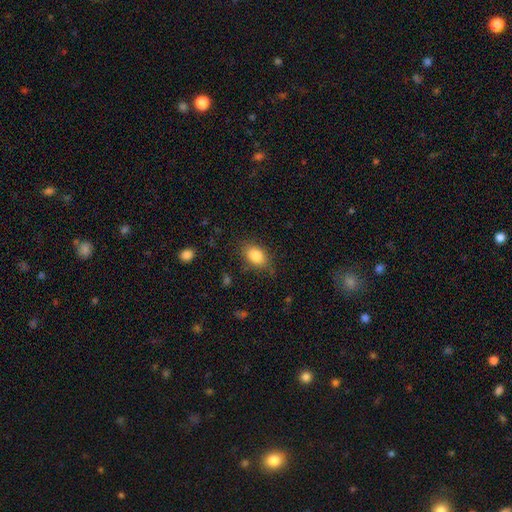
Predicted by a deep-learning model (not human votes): A smooth galaxy with no disk features (84%) that is in between round and cigar-shaped (82%).

Vote fractions:
- Smooth or featured? smooth: 84% / star or artifact: 8% / featured or disk: 8%
- How rounded? in between: 82% / round: 16% / cigar-shaped: 2%
- Merging? none: 78% / minor disturbance: 16% / major disturbance: 4% / merger: 1%